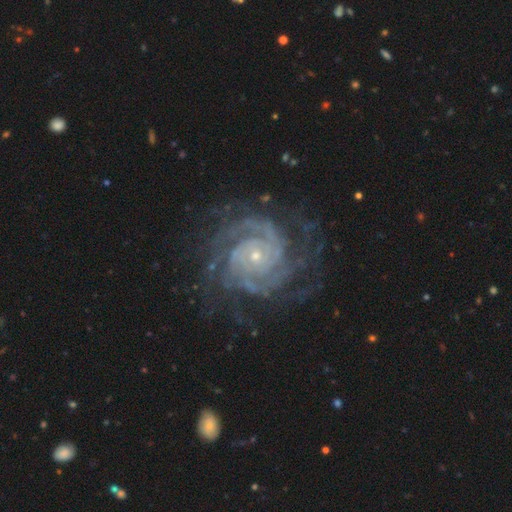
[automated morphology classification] A featured or disk galaxy (91%) with no bar (76%), 2 (28%) tight (77%) spiral arms (98%) and a small central bulge (81%).

Vote fractions:
- Smooth or featured? featured or disk: 91% / star or artifact: 6% / smooth: 3%
- Edge-on disk? no: 98% / yes: 2%
- Bar? no: 76% / weak: 17% / strong: 7%
- Spiral arms? yes: 98% / no: 2%
- Spiral winding? tight: 77% / medium: 20% / loose: 3%
- Spiral arm count? 2: 28% / 3: 19% / 4: 17% / can't tell: 16% / more than 4: 12% / 1: 8%
- Bulge size? small: 81% / moderate: 16% / none: 2% / large: 1% / dominant: 1%
- Merging? none: 76% / minor disturbance: 15% / major disturbance: 8% / merger: 1%